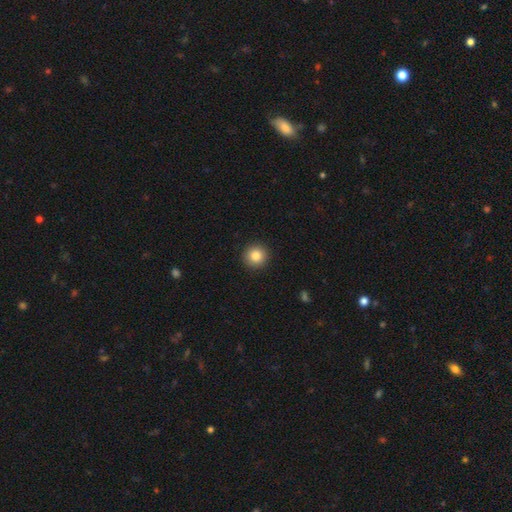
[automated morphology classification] Smooth or featured?
  - smooth: 83% *
  - star or artifact: 10%
  - featured or disk: 6%
How rounded?
  - round: 95% *
  - in between: 4%
  - cigar-shaped: 1%
Merging?
  - none: 93% *
  - minor disturbance: 5%
  - major disturbance: 2%
  - merger: 1%